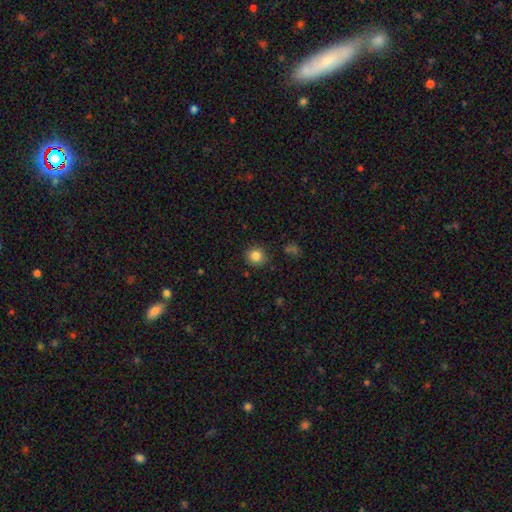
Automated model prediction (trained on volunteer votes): Overall: smooth (84%). How rounded: round (91%). Merging: none (88%).